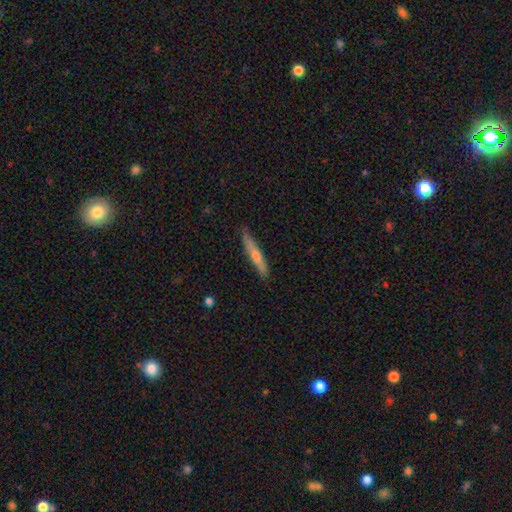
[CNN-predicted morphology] Overall: smooth (52%; featured or disk 42%). How rounded: cigar-shaped (93%). Merging: none (85%).